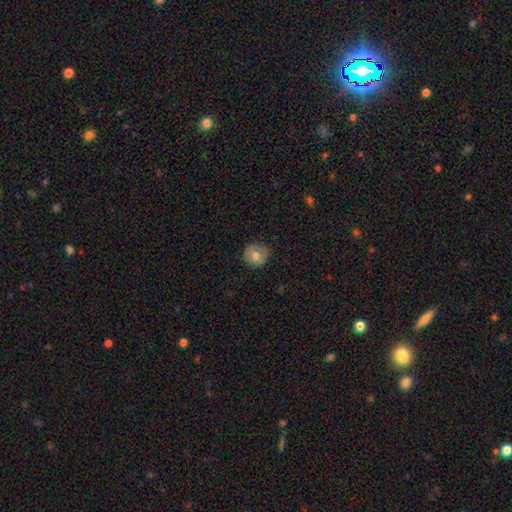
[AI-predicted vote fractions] smooth-or-featured: smooth: 74% | featured or disk: 17% | star or artifact: 9%
  how-rounded: round: 89% | in between: 10% | cigar-shaped: 1%
  merging: none: 84% | minor disturbance: 13% | major disturbance: 2% | merger: 1%